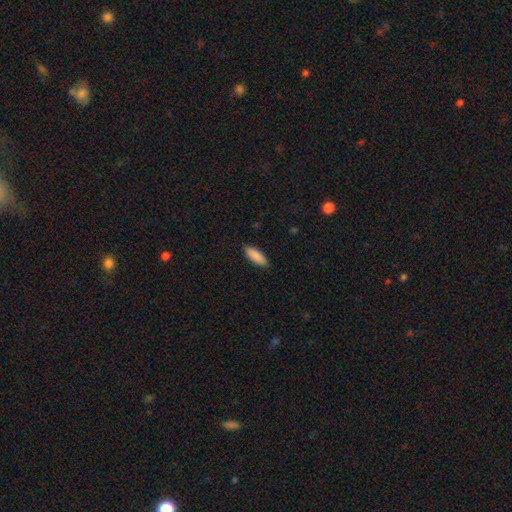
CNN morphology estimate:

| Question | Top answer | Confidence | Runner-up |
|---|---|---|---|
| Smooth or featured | smooth | 89% | star or artifact (6%) |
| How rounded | in between | 66% | cigar-shaped (33%) |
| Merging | none | 89% | minor disturbance (8%) |